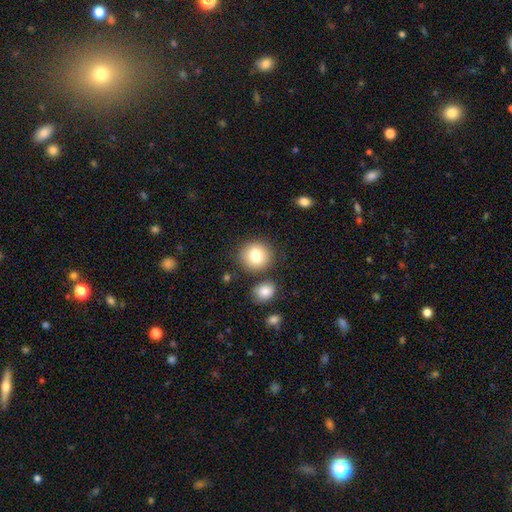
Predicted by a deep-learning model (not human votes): Smooth or featured: smooth — 81% (featured or disk — 10%)
How rounded: round — 88% (in between — 11%)
Merging: none — 78% (minor disturbance — 9%)